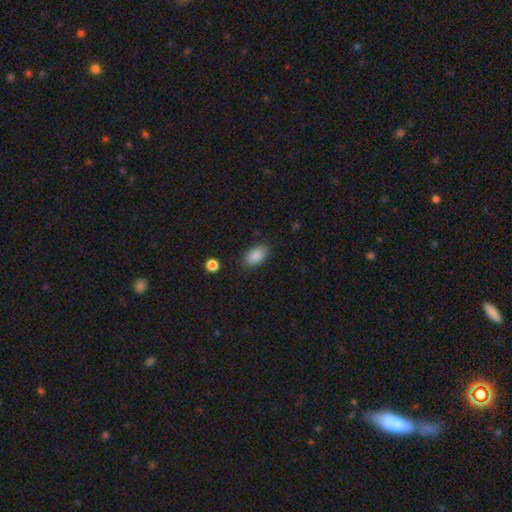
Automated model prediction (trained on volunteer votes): Smooth or featured: smooth — 88% (star or artifact — 8%)
How rounded: in between — 92% (round — 6%)
Merging: none — 85% (minor disturbance — 11%)